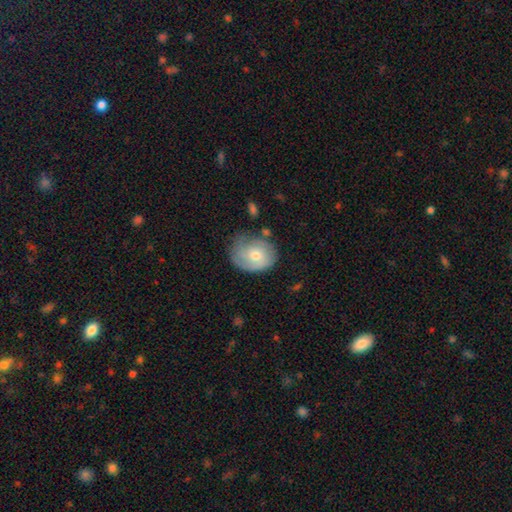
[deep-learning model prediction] This is possibly a smooth galaxy (53%). How rounded: possibly round (58%). Merging: possibly none (54%).